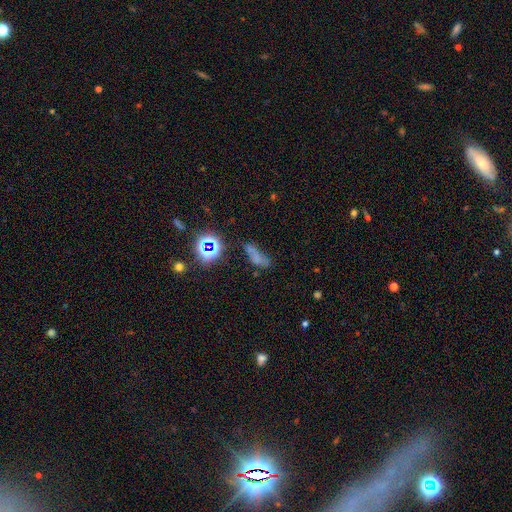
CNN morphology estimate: The model was most divided on "how rounded": in between: 54%, cigar-shaped: 35%, round: 10%. Remaining: smooth or featured — smooth (52%); merging — none (43%).